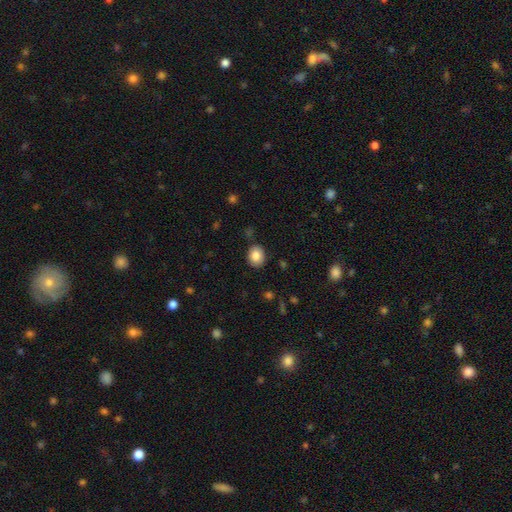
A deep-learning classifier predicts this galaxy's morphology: Smooth or featured?
  - smooth: 84% *
  - star or artifact: 9%
  - featured or disk: 8%
How rounded?
  - round: 52% *
  - in between: 48%
  - cigar-shaped: 1%
Merging?
  - none: 85% *
  - minor disturbance: 10%
  - major disturbance: 2%
  - merger: 2%